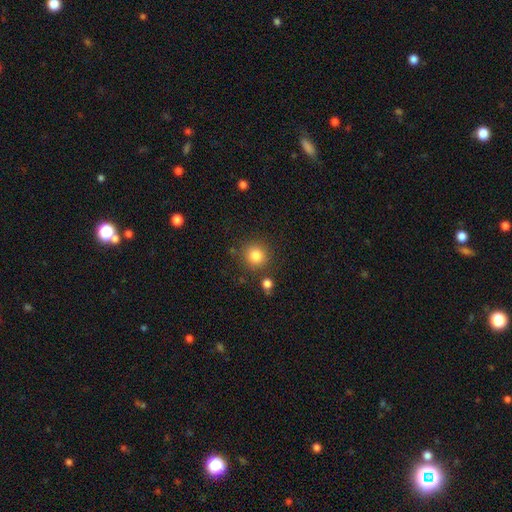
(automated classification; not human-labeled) A smooth galaxy with no disk features (83%) that is round (92%).

Vote fractions:
- Smooth or featured? smooth: 83% / star or artifact: 11% / featured or disk: 6%
- How rounded? round: 92% / in between: 7% / cigar-shaped: 1%
- Merging? none: 82% / minor disturbance: 8% / merger: 6% / major disturbance: 3%